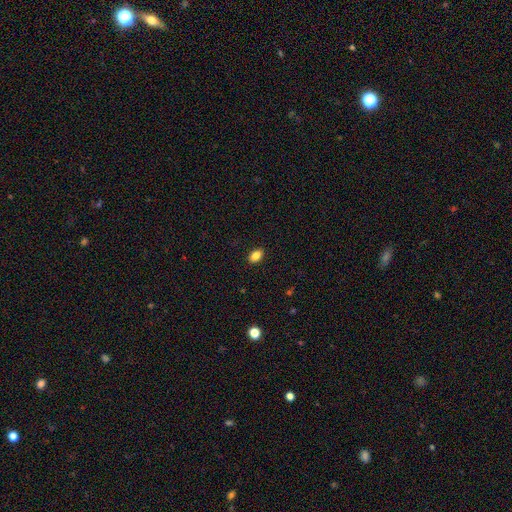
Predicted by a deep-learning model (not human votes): Smooth or featured? Predicted: smooth (p=0.85). How rounded? Predicted: in between (p=0.85). Merging? Predicted: none (p=0.90).